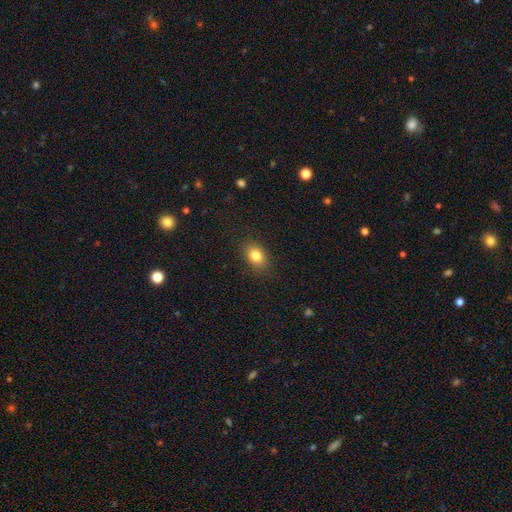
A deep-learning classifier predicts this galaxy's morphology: Smooth or featured?
  - smooth: 82% *
  - star or artifact: 10%
  - featured or disk: 8%
How rounded?
  - in between: 69% *
  - round: 29%
  - cigar-shaped: 1%
Merging?
  - none: 87% *
  - minor disturbance: 10%
  - major disturbance: 3%
  - merger: 1%